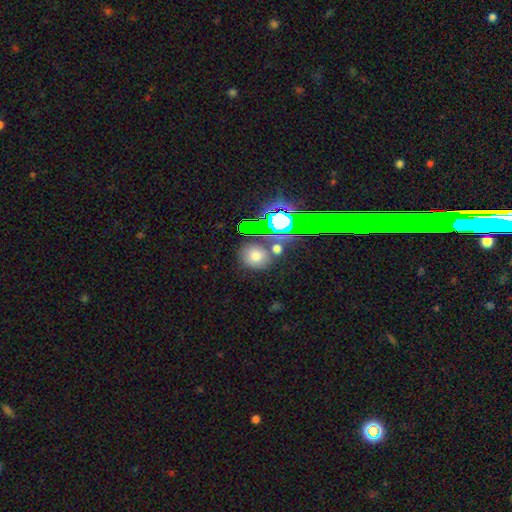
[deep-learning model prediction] Morphology: type=smooth (68%); roundness=round (77%); merging=none (74%).